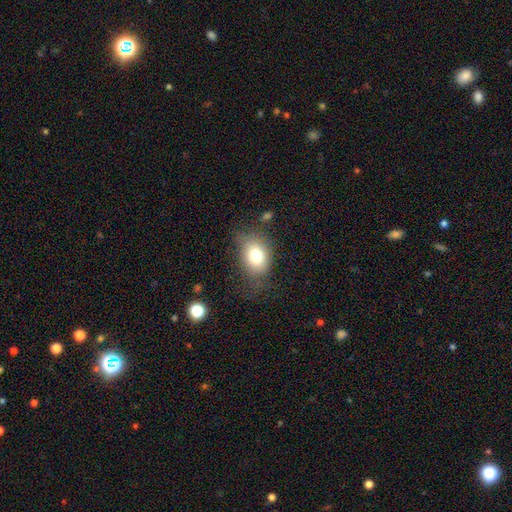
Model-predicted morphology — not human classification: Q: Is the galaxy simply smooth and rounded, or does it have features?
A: smooth — 74%.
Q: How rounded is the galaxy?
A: in between — 65%.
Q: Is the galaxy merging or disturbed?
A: none — 61%.